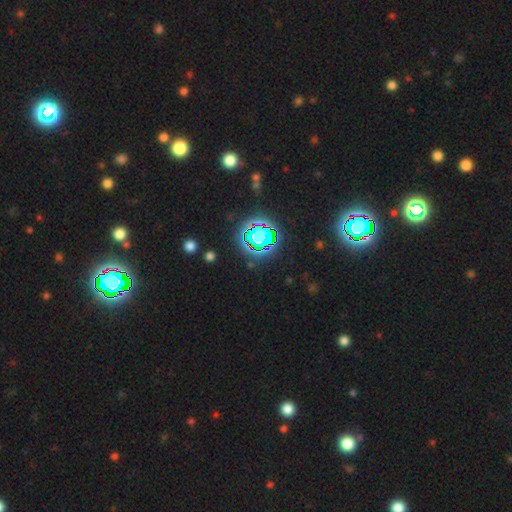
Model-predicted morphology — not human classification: star or artifact 81%, smooth 12%, featured or disk 7%.